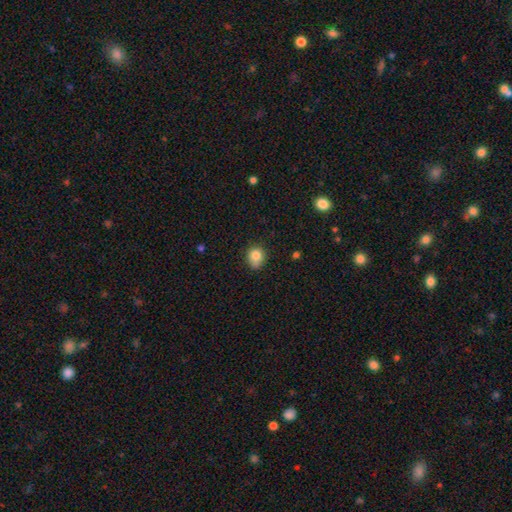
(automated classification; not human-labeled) smooth-or-featured: smooth: 82% | star or artifact: 10% | featured or disk: 7%
  how-rounded: round: 72% | in between: 27% | cigar-shaped: 1%
  merging: none: 71% | minor disturbance: 23% | major disturbance: 4% | merger: 2%